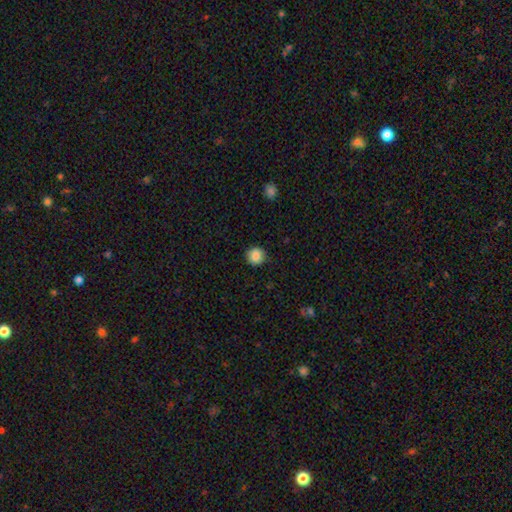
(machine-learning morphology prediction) This appears to be a smooth galaxy with no disk features (86%) that is round (94%). Merging: none (91%).